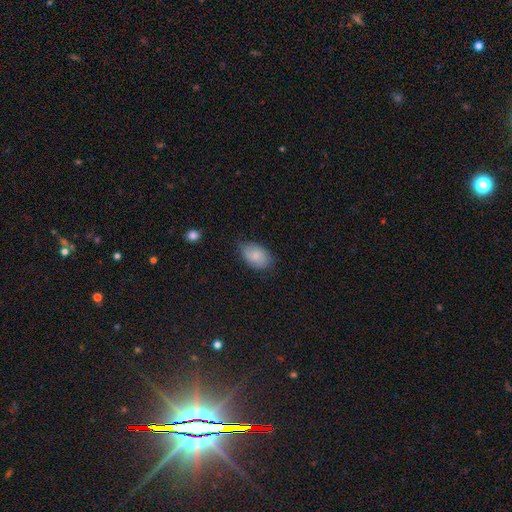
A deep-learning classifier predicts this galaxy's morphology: Smooth or featured: smooth — 78% (featured or disk — 15%)
How rounded: in between — 89% (round — 10%)
Merging: none — 66% (minor disturbance — 28%)